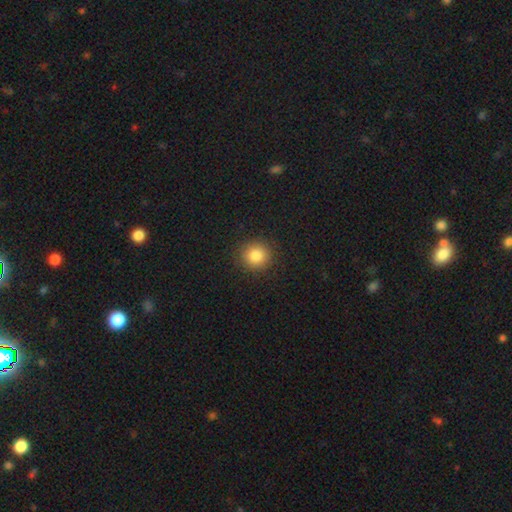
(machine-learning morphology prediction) smooth_or_featured: smooth (p=0.84) [alt: star or artifact p=0.11]
how_rounded: round (p=0.91) [alt: in between p=0.08]
merging: none (p=0.90) [alt: minor disturbance p=0.07]